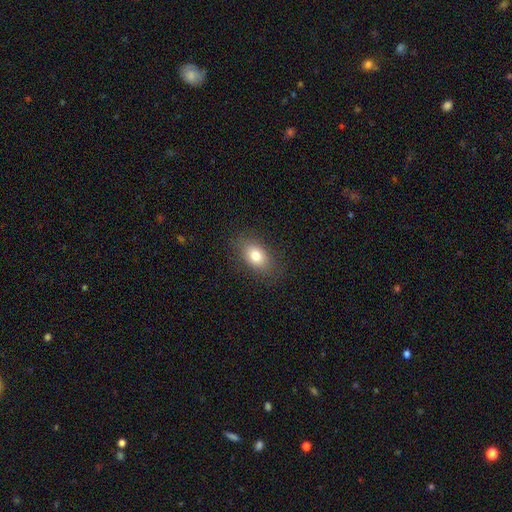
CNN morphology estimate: A smooth galaxy with no disk features (80%) that is in between round and cigar-shaped (82%). Merging: none (84%).